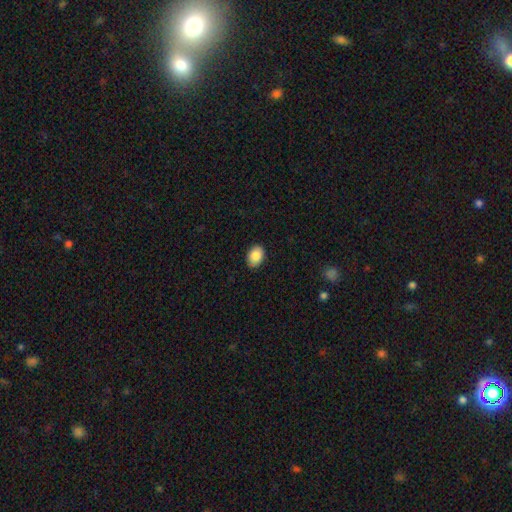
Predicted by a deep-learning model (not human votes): Overall: smooth (87%). How rounded: in between (77%). Merging: none (89%).